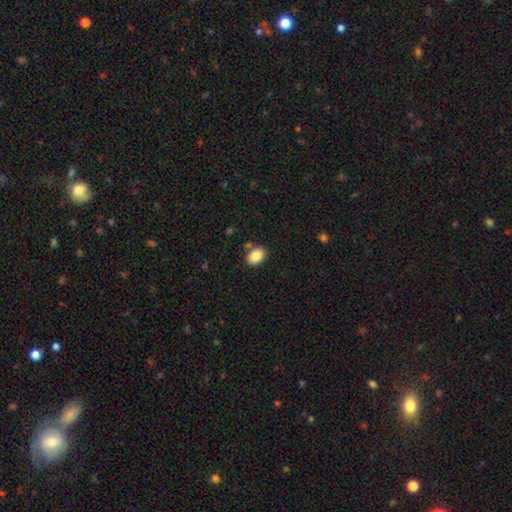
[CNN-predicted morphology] smooth_or_featured: smooth (p=0.87) [alt: star or artifact p=0.08]
how_rounded: in between (p=0.78) [alt: round p=0.21]
merging: none (p=0.80) [alt: minor disturbance p=0.11]